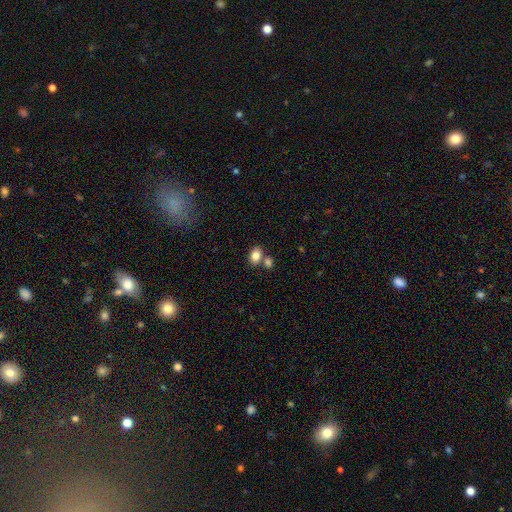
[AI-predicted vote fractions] The model was most divided on "merging": none: 57%, merger: 28%, minor disturbance: 11%, major disturbance: 4%. More confident: smooth or featured — smooth (83%); how rounded — in between (74%).